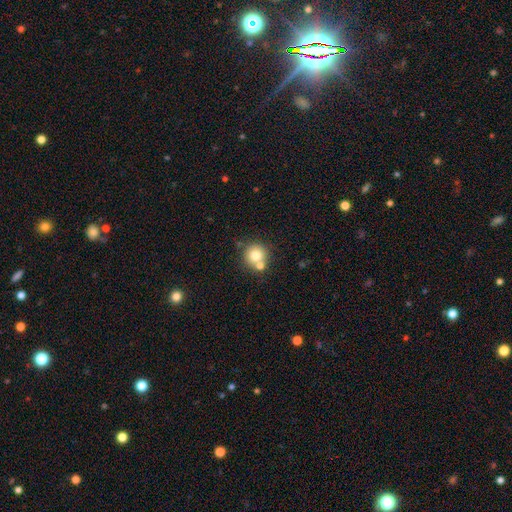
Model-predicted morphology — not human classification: This is likely a smooth galaxy (77%). How rounded: clearly round (92%). Merging: likely none (62%).